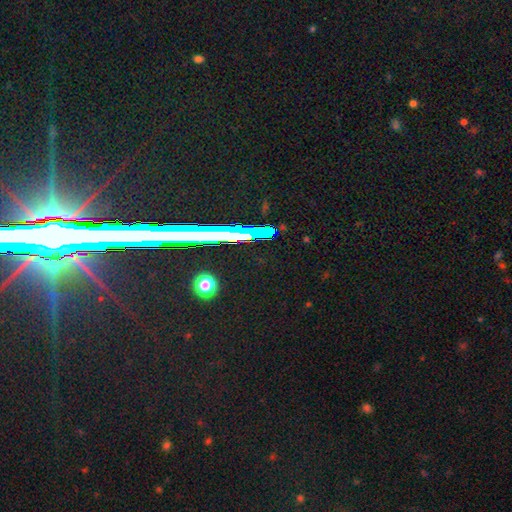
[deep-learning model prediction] Morphology: type=star or artifact (69%).